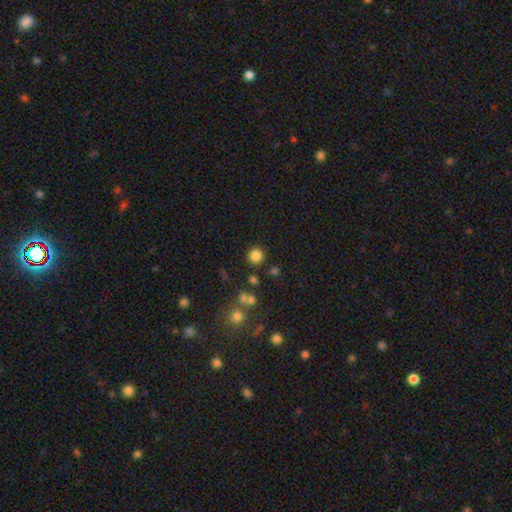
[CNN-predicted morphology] Smooth or featured? Predicted: smooth (p=0.83). How rounded? Predicted: round (p=0.94). Merging? Predicted: none (p=0.86).